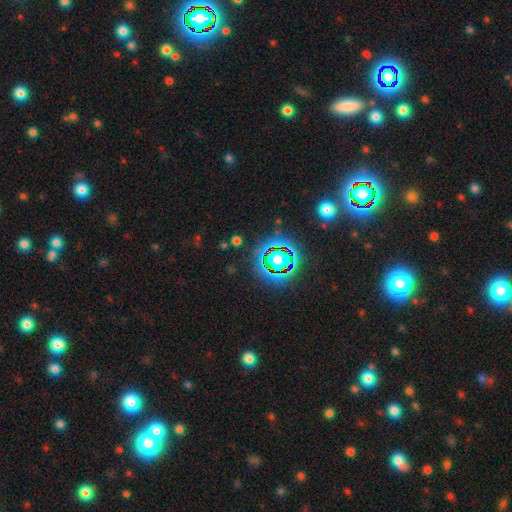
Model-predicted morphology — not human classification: A star or artifact, not a galaxy (79%).

Vote fractions:
- Smooth or featured? star or artifact: 79% / smooth: 13% / featured or disk: 8%